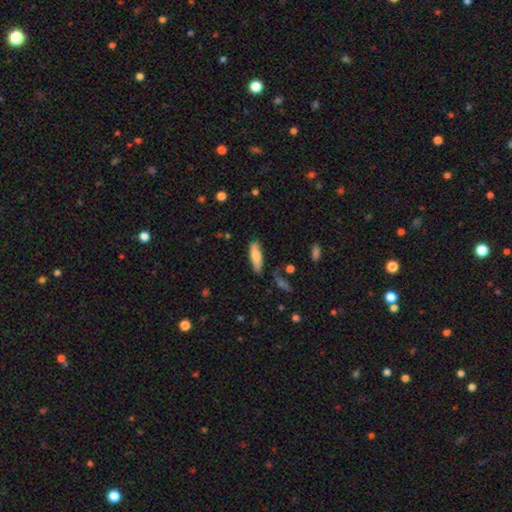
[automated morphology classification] Smooth or featured? Predicted: smooth (p=0.73). How rounded? Predicted: cigar-shaped (p=0.51). Merging? Predicted: none (p=0.75).